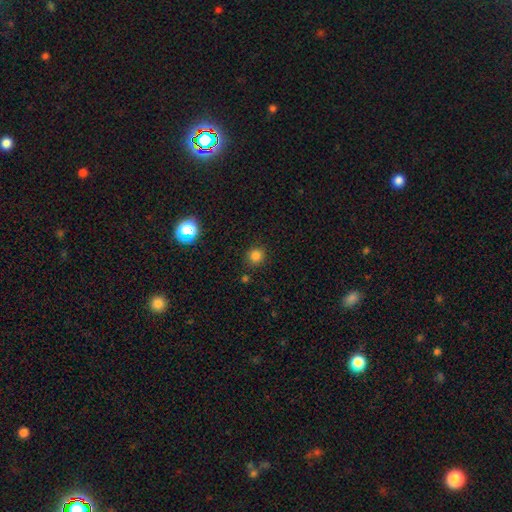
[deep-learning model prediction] Smooth or featured? Predicted: smooth (p=0.82). How rounded? Predicted: round (p=0.89). Merging? Predicted: none (p=0.87).